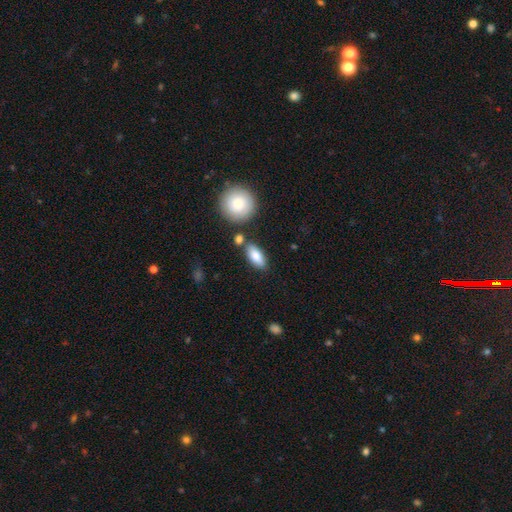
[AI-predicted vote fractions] smooth 83%, featured or disk 11%, star or artifact 6%. Down the decision tree: how rounded — in between (85%); merging — none (76%).